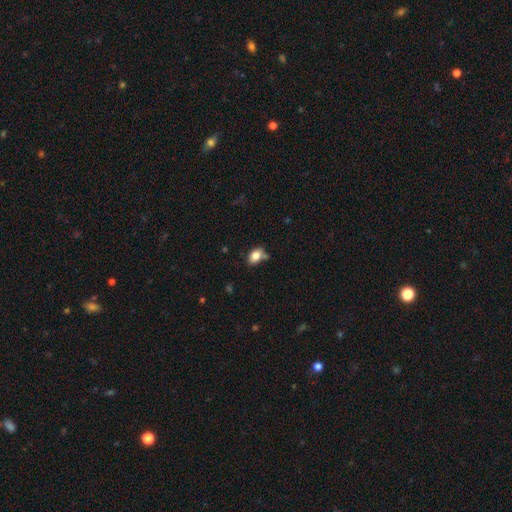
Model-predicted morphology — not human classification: Overall: smooth (82%). How rounded: in between (85%). Merging: none (61%; minor disturbance 23%).